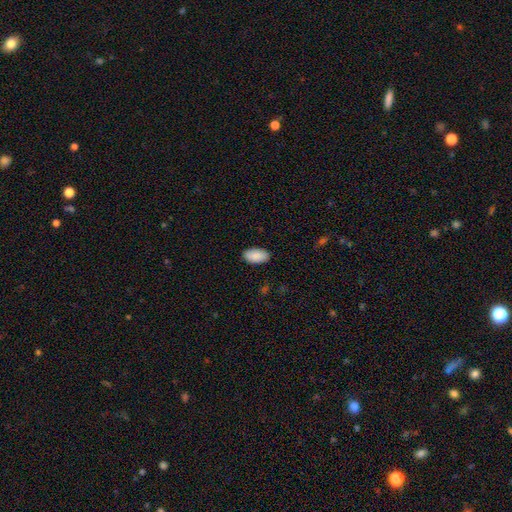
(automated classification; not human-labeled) A smooth galaxy with no disk features (90%) that is in between round and cigar-shaped (96%). Merging: none (89%).